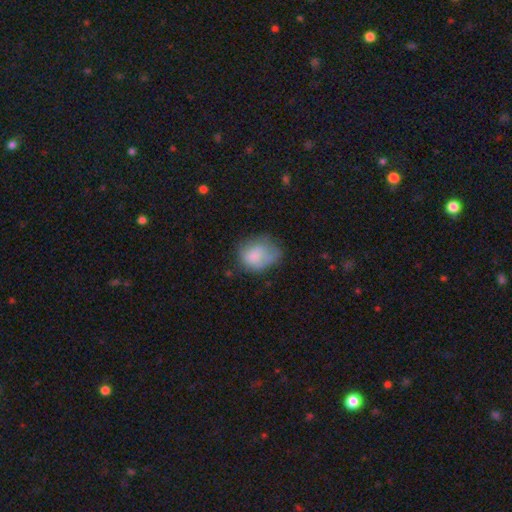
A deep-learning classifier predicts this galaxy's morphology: smooth_or_featured: smooth (p=0.72) [alt: featured or disk p=0.20]
how_rounded: in between (p=0.50) [alt: round p=0.49]
merging: none (p=0.40) [alt: minor disturbance p=0.33]